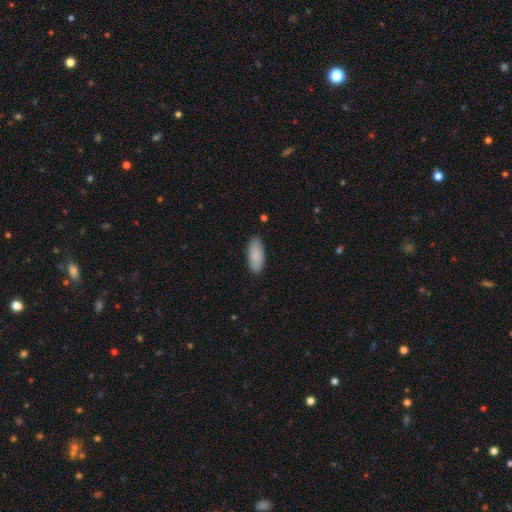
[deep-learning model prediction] Smooth or featured: smooth — 88% (featured or disk — 6%)
How rounded: in between — 83% (cigar-shaped — 16%)
Merging: none — 86% (minor disturbance — 11%)